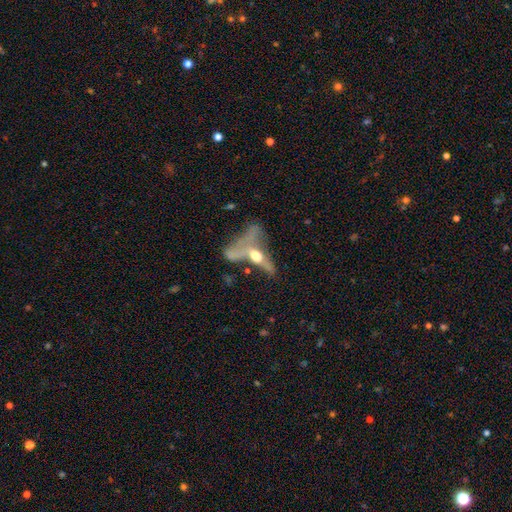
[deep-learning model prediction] smooth_or_featured: featured or disk (p=0.52) [alt: smooth p=0.36]
disk_edge_on: no (p=0.62) [alt: yes p=0.38]
merging: major disturbance (p=0.40) [alt: merger p=0.35]